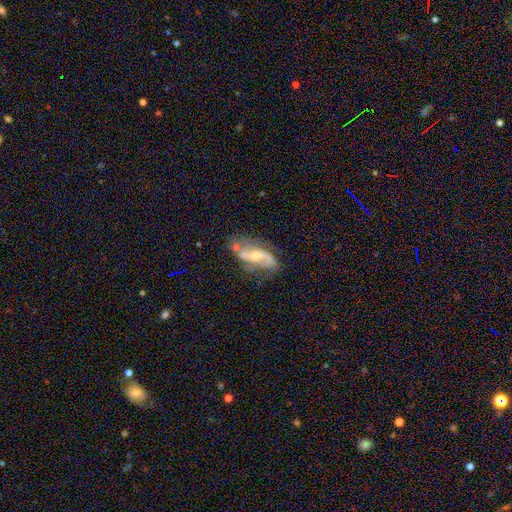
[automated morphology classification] Q: Smooth or featured?
A: featured or disk (83%); runner-up: smooth (11%)
Q: Edge-on disk?
A: no (95%); runner-up: yes (5%)
Q: Bar?
A: weak (42%); runner-up: no (41%)
Q: Spiral arms?
A: yes (94%); runner-up: no (6%)
Q: Spiral winding?
A: loose (59%); runner-up: medium (32%)
Q: Spiral arm count?
A: 2 (90%); runner-up: can't tell (4%)
Q: Bulge size?
A: small (47%); runner-up: moderate (46%)
Q: Merging?
A: none (60%); runner-up: minor disturbance (21%)